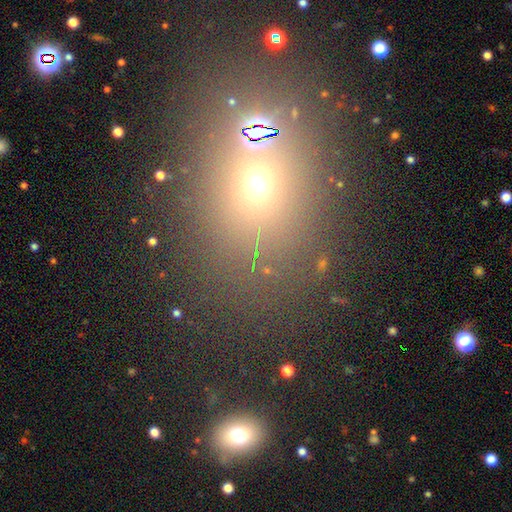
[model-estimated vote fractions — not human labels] star or artifact 47%, smooth 42%, featured or disk 10%.